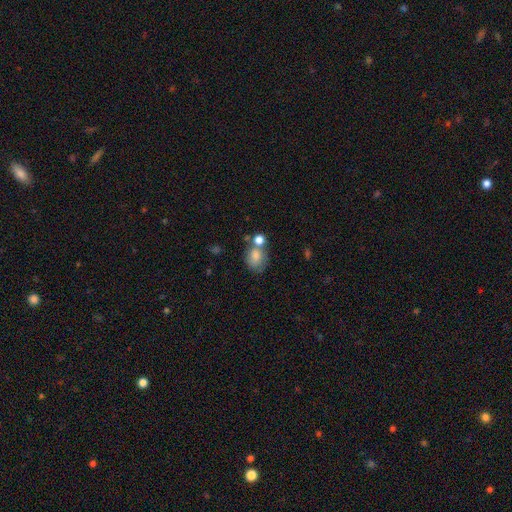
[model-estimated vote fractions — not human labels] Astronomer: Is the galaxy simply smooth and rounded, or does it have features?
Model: smooth — 78%.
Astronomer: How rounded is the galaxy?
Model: round — 51% (runner-up: in between, 48%).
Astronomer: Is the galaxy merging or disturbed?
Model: none — 44% (runner-up: merger, 30%).